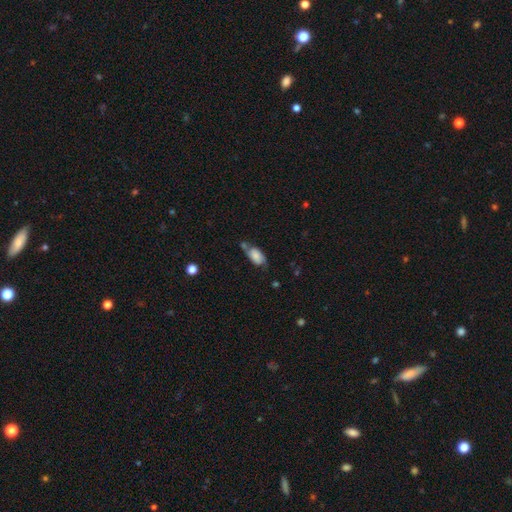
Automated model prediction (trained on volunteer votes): smooth 70%, featured or disk 21%, star or artifact 8%. Down the decision tree: how rounded — in between (90%); merging — none (42%).